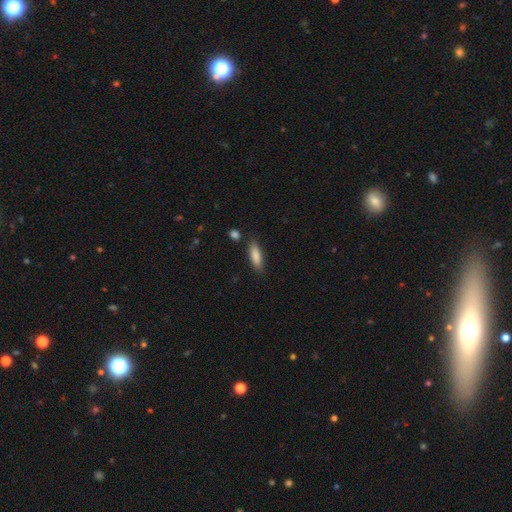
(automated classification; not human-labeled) smooth 85%, featured or disk 9%, star or artifact 6%. Down the decision tree: how rounded — in between (50%); merging — none (82%).